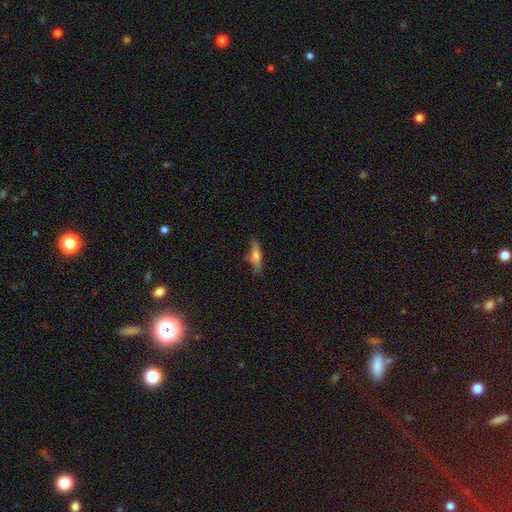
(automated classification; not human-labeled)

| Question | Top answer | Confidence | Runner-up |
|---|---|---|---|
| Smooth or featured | smooth | 63% | featured or disk (29%) |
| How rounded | cigar-shaped | 67% | in between (30%) |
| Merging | none | 77% | minor disturbance (17%) |